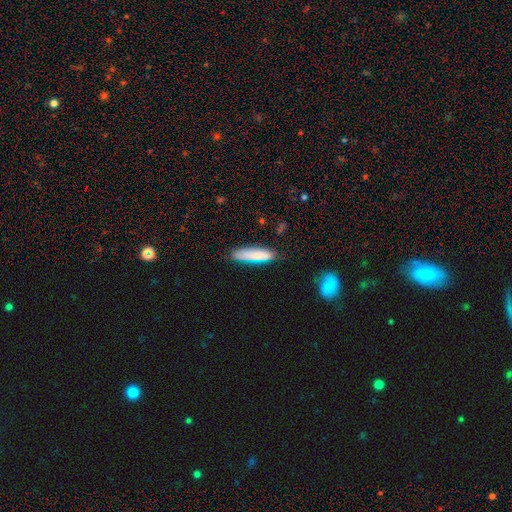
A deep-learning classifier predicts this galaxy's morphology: Q: Smooth or featured?
A: smooth (78%); runner-up: featured or disk (15%)
Q: How rounded?
A: cigar-shaped (77%); runner-up: in between (22%)
Q: Merging?
A: none (78%); runner-up: minor disturbance (16%)